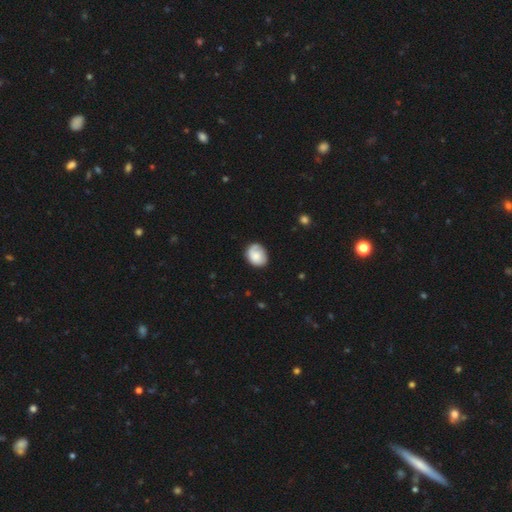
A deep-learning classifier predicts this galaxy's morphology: smooth-or-featured: smooth: 76% | featured or disk: 17% | star or artifact: 7%
  how-rounded: in between: 53% | round: 46% | cigar-shaped: 1%
  merging: none: 69% | minor disturbance: 24% | major disturbance: 5% | merger: 2%